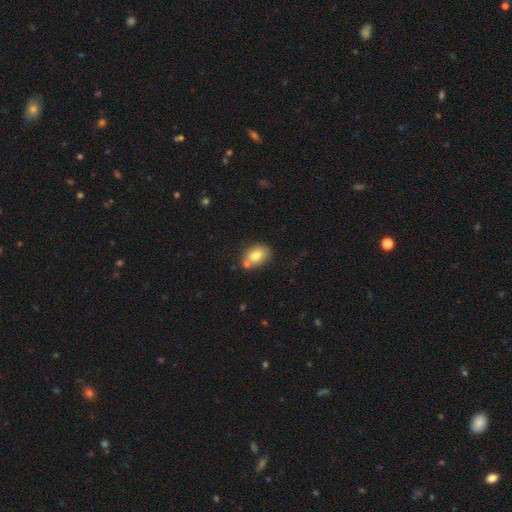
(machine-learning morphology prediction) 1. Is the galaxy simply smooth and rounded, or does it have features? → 75% smooth, 16% featured or disk, 9% star or artifact.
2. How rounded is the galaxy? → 75% in between, 24% round, 1% cigar-shaped.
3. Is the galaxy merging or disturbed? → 59% none, 20% merger, 17% minor disturbance, 4% major disturbance.